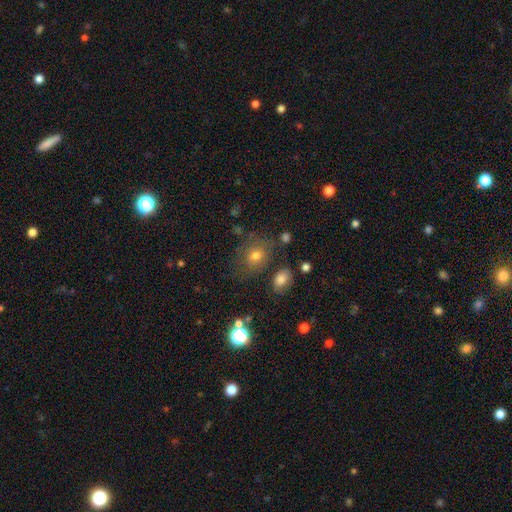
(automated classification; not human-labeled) Q: Smooth or featured?
A: smooth (68%); runner-up: star or artifact (18%)
Q: How rounded?
A: round (52%); runner-up: in between (47%)
Q: Merging?
A: none (69%); runner-up: minor disturbance (18%)